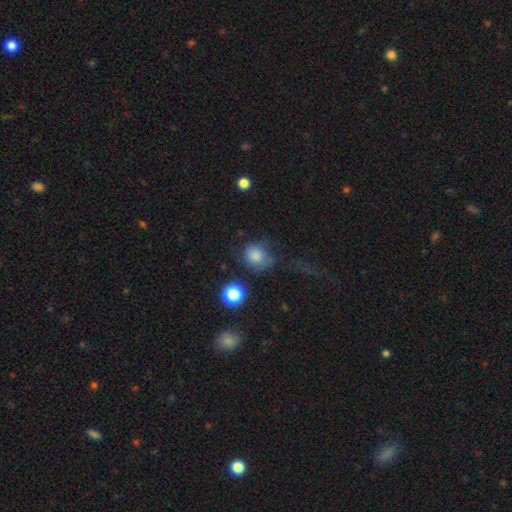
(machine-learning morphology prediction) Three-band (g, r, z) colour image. It shows a smooth galaxy with no disk features (78%) that is round (75%). Merging: none (42%).